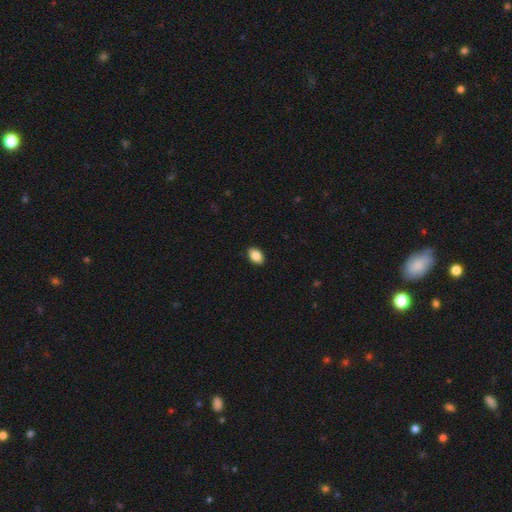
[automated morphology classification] The model was most divided on "how rounded": in between: 88%, round: 11%, cigar-shaped: 1%. More confident: merging — none (89%); smooth or featured — smooth (88%).